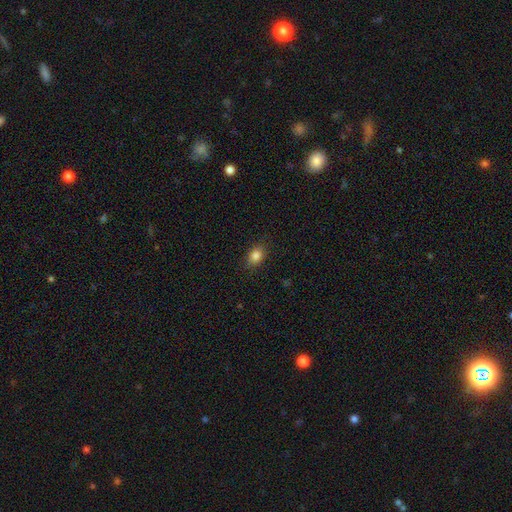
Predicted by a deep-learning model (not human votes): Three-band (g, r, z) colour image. It shows a smooth galaxy with no disk features (84%) that is in between round and cigar-shaped (64%). Merging: none (86%).